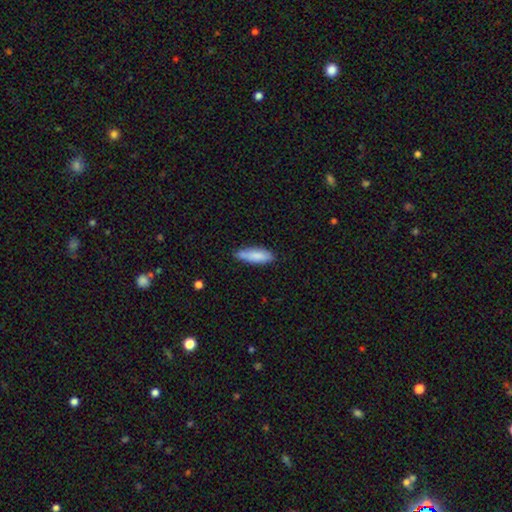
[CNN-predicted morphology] smooth 84%, featured or disk 10%, star or artifact 6%. Down the decision tree: how rounded — in between (53%); merging — none (71%).